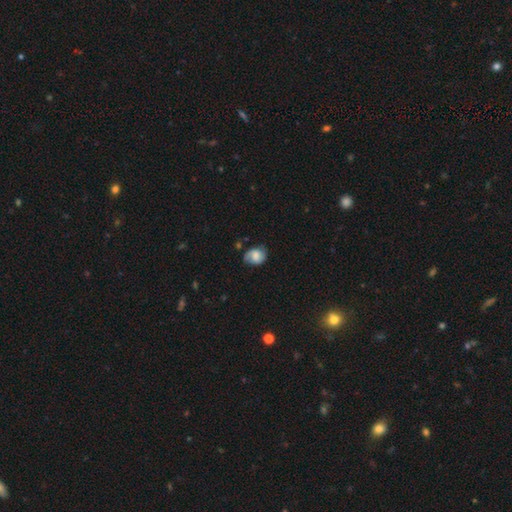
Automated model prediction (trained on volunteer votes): The model was most divided on "how rounded": in between: 51%, round: 48%, cigar-shaped: 1%. More confident: merging — none (58%); smooth or featured — smooth (54%).